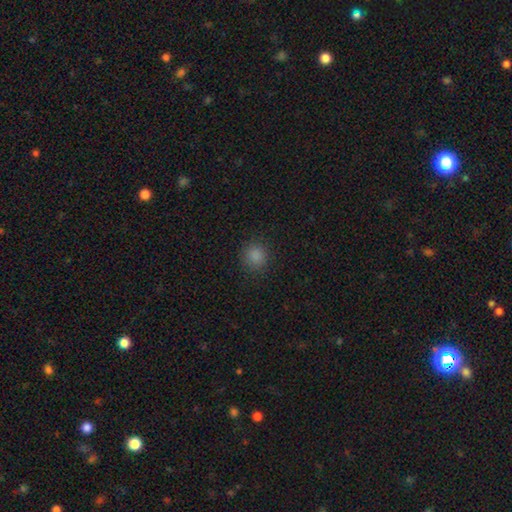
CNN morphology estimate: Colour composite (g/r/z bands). It shows a smooth galaxy with no disk features (85%) that is round (90%). Merging: none (89%).